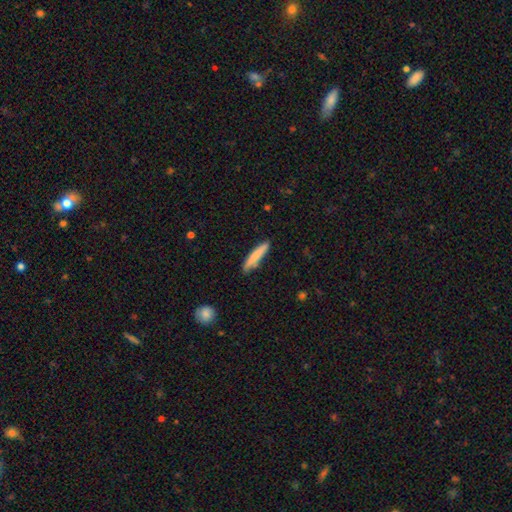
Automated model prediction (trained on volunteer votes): smooth-or-featured: smooth: 79% | featured or disk: 16% | star or artifact: 6%
  how-rounded: cigar-shaped: 90% | in between: 8% | round: 1%
  merging: none: 84% | minor disturbance: 12% | major disturbance: 2% | merger: 2%